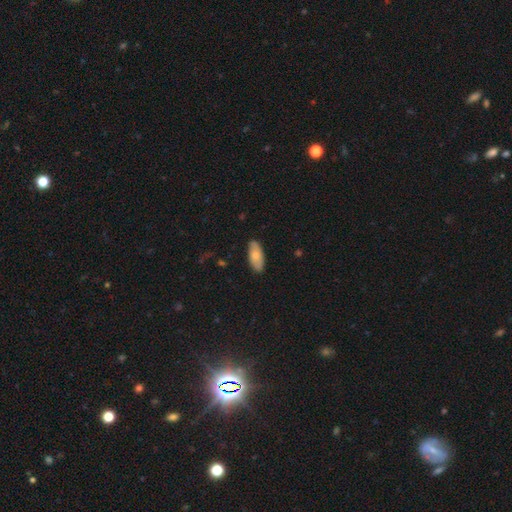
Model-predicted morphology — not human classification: Smooth or featured: smooth — 73% (featured or disk — 21%)
How rounded: in between — 86% (cigar-shaped — 12%)
Merging: none — 83% (minor disturbance — 14%)